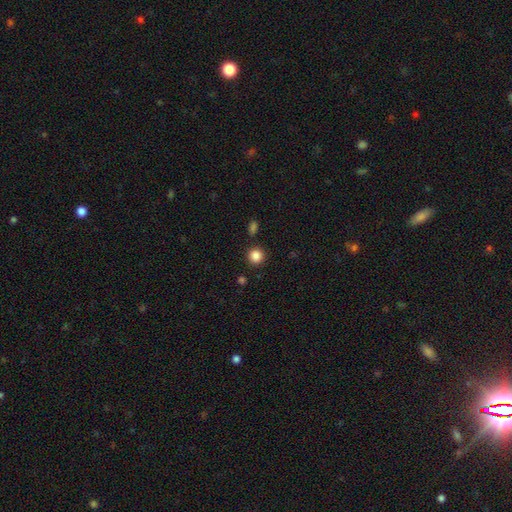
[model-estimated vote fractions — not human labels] This is clearly a smooth galaxy (86%). How rounded: clearly round (93%). Merging: clearly none (88%).